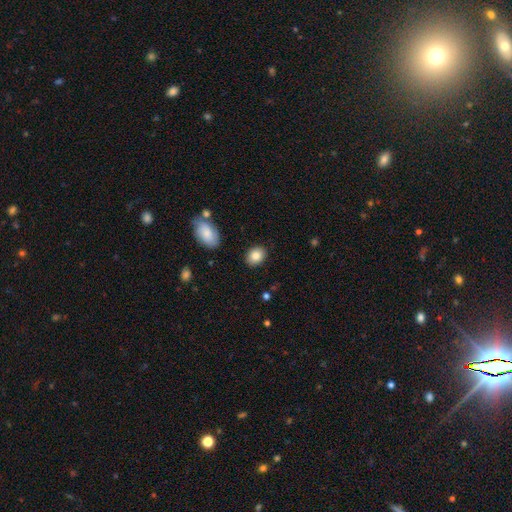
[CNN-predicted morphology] A smooth galaxy with no disk features (85%) that is in between round and cigar-shaped (63%). Merging: none (87%).